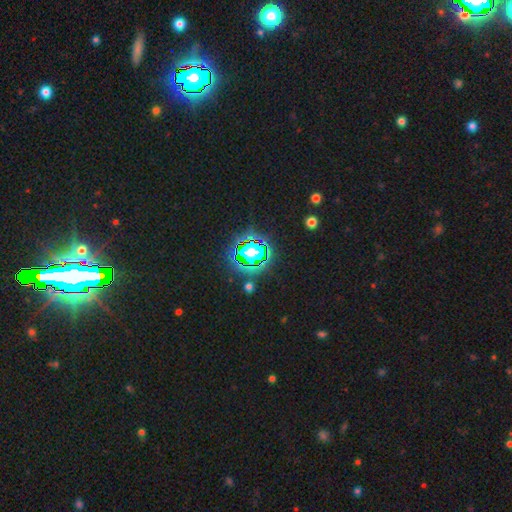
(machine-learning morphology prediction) Smooth or featured: star or artifact — 83% (smooth — 10%)